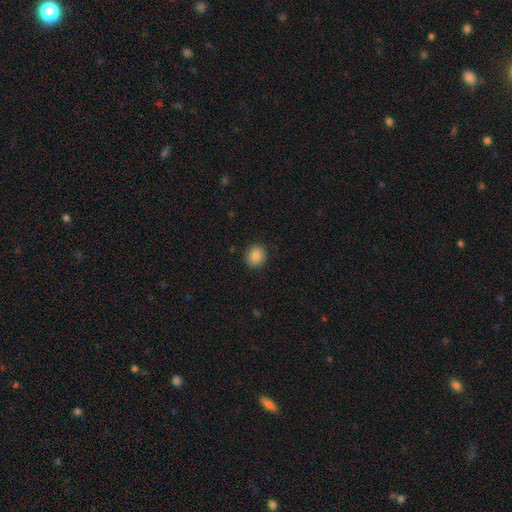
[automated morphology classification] Smooth or featured: smooth — 86% (star or artifact — 9%)
How rounded: round — 82% (in between — 18%)
Merging: none — 90% (minor disturbance — 7%)